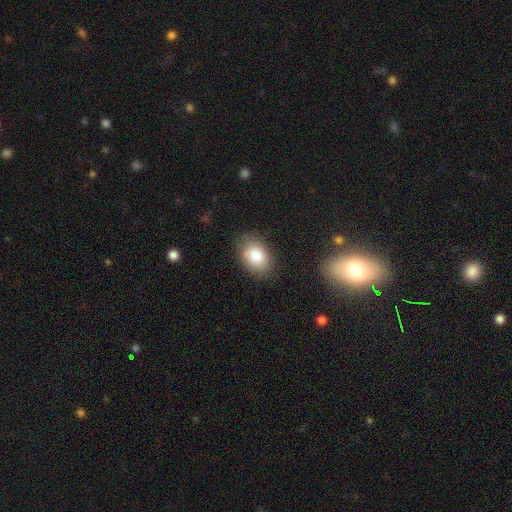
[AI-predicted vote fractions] smooth_or_featured: smooth (p=0.84) [alt: featured or disk p=0.08]
how_rounded: in between (p=0.83) [alt: round p=0.16]
merging: none (p=0.81) [alt: minor disturbance p=0.14]